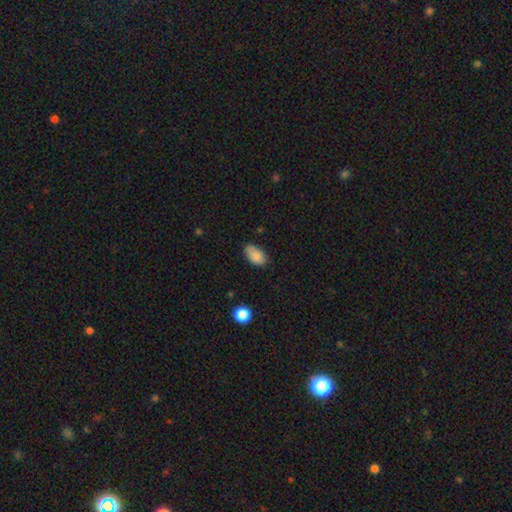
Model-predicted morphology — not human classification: Overall: smooth (86%). How rounded: in between (92%). Merging: none (69%).